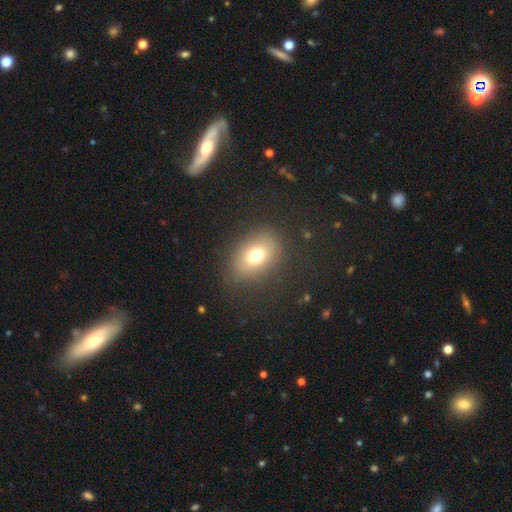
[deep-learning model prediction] A smooth galaxy with no disk features (72%) that is in between round and cigar-shaped (71%).

Vote fractions:
- Smooth or featured? smooth: 72% / featured or disk: 14% / star or artifact: 13%
- How rounded? in between: 71% / round: 28% / cigar-shaped: 2%
- Merging? none: 82% / minor disturbance: 11% / major disturbance: 6% / merger: 1%